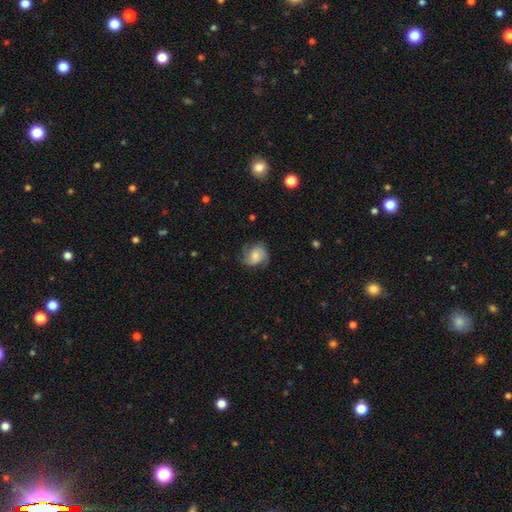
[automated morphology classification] Smooth or featured? Predicted: smooth (p=0.53). How rounded? Predicted: round (p=0.59). Merging? Predicted: none (p=0.63).